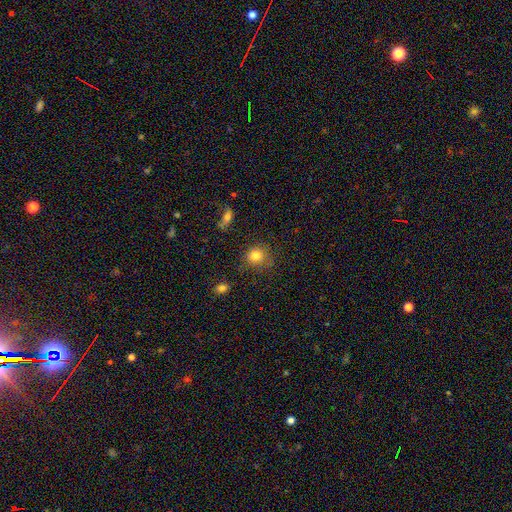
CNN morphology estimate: Overall: smooth (81%). How rounded: round (84%). Merging: none (72%).